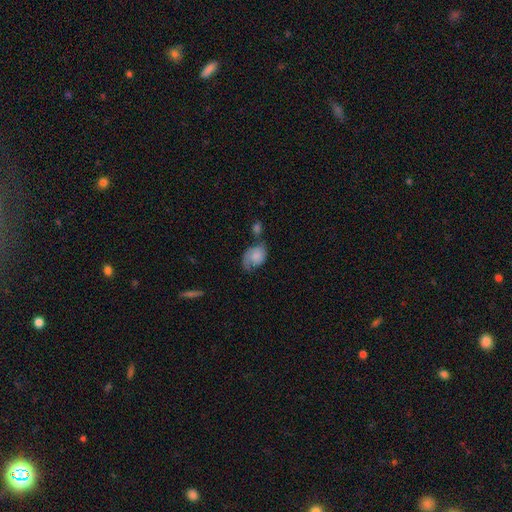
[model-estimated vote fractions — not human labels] Smooth or featured: smooth — 58% (featured or disk — 34%)
How rounded: in between — 71% (round — 28%)
Merging: none — 32% (minor disturbance — 29%)